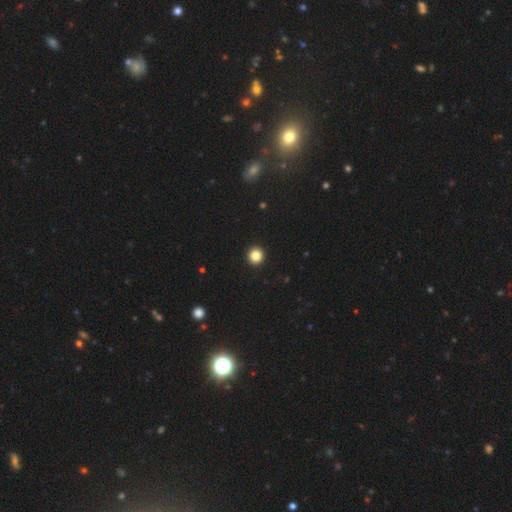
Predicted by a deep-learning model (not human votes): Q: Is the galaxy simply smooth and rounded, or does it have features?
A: smooth — 84%.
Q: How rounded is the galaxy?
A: round — 95%.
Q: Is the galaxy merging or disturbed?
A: none — 94%.